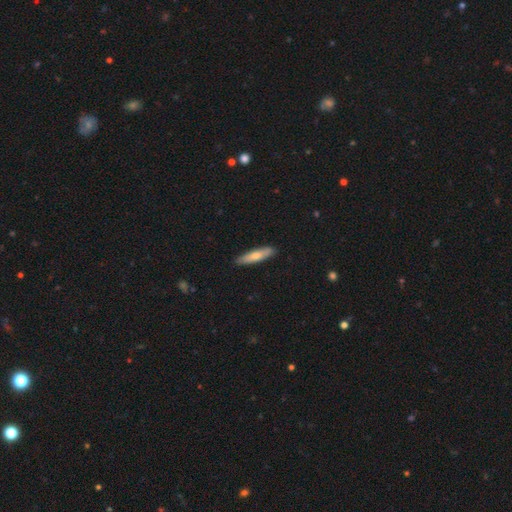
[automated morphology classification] Overall: smooth (68%). How rounded: cigar-shaped (80%). Merging: none (88%).